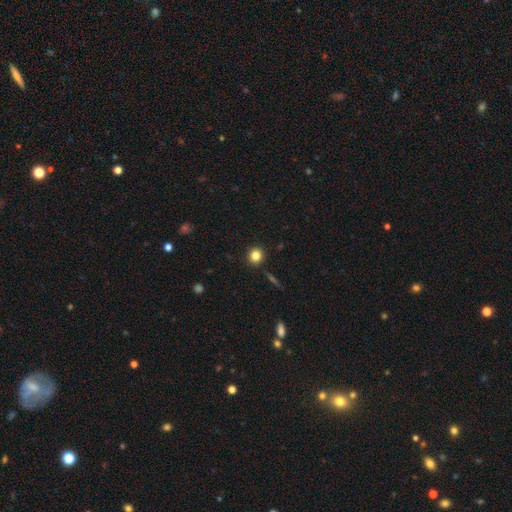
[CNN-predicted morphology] This appears to be a smooth galaxy with no disk features (82%) that is round (88%). Merging: none (91%).